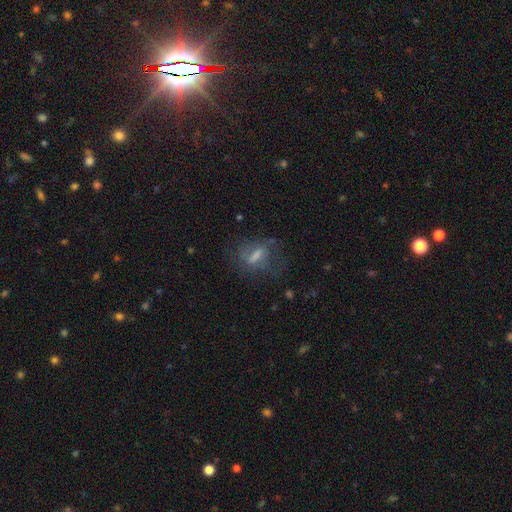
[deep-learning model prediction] smooth-or-featured: smooth: 43% | featured or disk: 41% | star or artifact: 16%
  merging: none: 55% | major disturbance: 21% | minor disturbance: 21% | merger: 3%